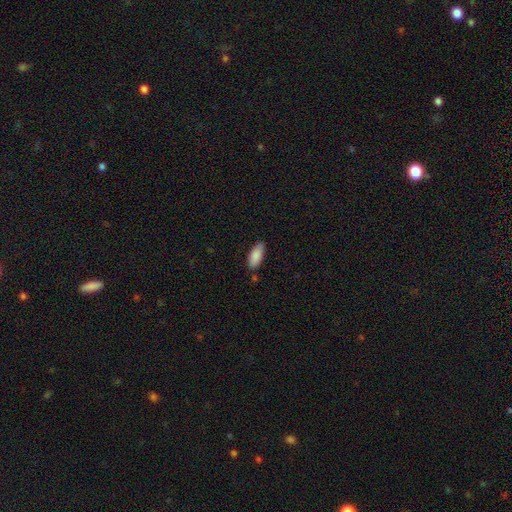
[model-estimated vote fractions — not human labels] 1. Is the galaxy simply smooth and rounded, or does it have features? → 89% smooth, 6% star or artifact, 5% featured or disk.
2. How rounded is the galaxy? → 85% in between, 13% cigar-shaped, 2% round.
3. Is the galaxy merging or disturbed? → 79% none, 16% minor disturbance, 3% major disturbance, 3% merger.